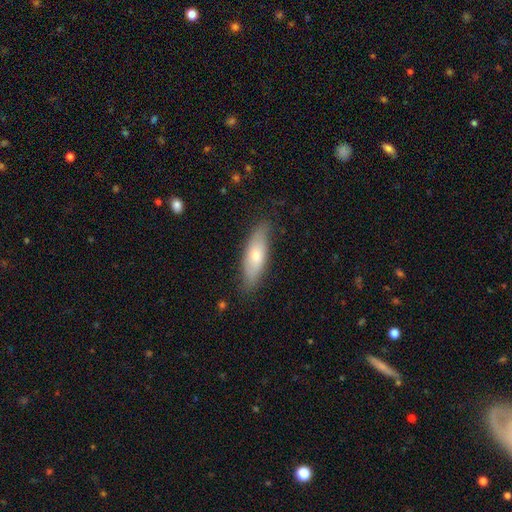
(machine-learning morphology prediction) smooth_or_featured: smooth (p=0.64) [alt: featured or disk p=0.30]
how_rounded: in between (p=0.54) [alt: cigar-shaped p=0.43]
merging: none (p=0.81) [alt: minor disturbance p=0.15]